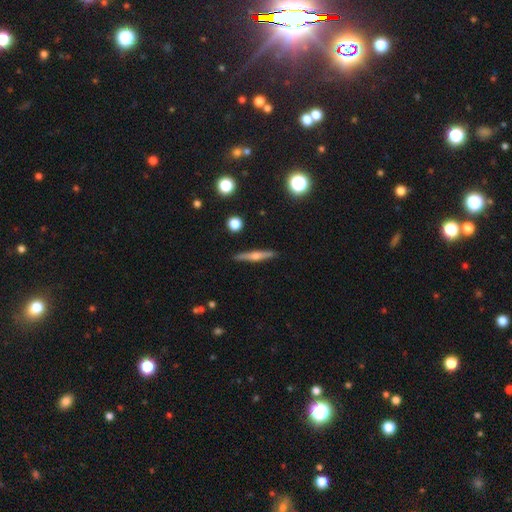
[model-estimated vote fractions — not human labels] This is likely a featured or disk galaxy (62%). It is clearly viewed edge-on (97%). Edge-on bulge: clearly rounded (87%). Merging: clearly none (90%).